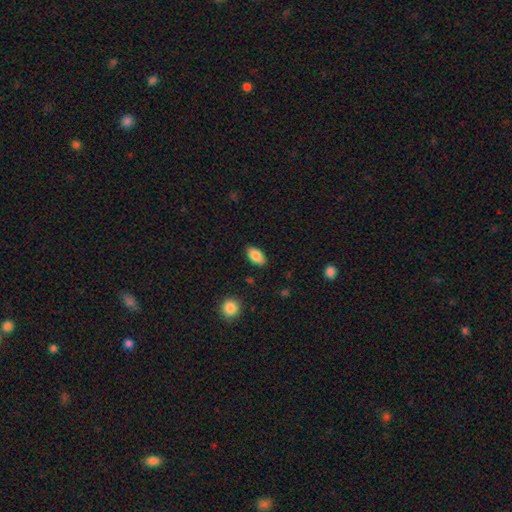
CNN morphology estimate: Smooth or featured? smooth (85%)
How rounded? in between (92%)
Merging? none (87%)